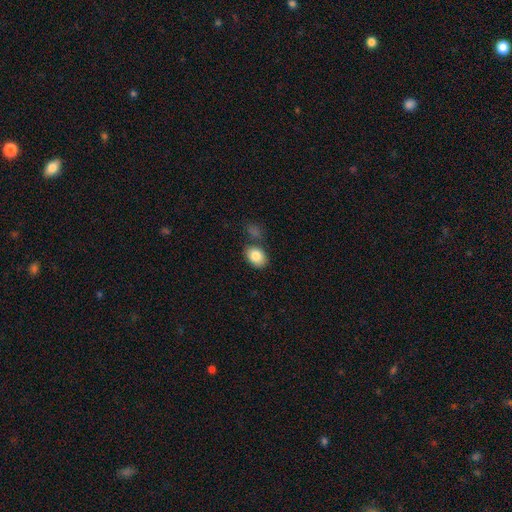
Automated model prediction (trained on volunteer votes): smooth_or_featured: smooth (p=0.84) [alt: featured or disk p=0.08]
how_rounded: in between (p=0.73) [alt: round p=0.26]
merging: none (p=0.69) [alt: minor disturbance p=0.15]